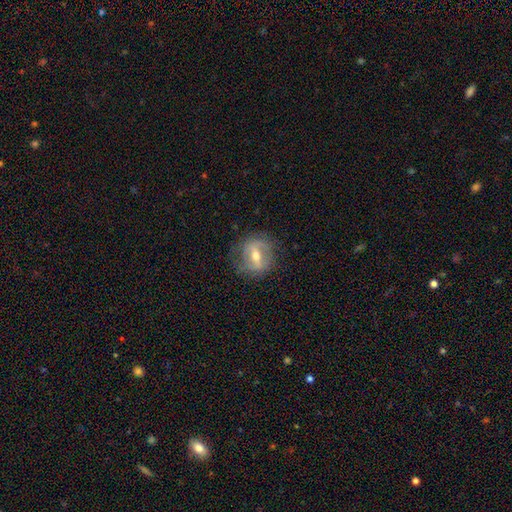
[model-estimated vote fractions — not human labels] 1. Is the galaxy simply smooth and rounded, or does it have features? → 70% featured or disk, 23% smooth, 7% star or artifact.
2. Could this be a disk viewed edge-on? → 90% no, 10% yes.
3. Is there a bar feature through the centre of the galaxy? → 53% strong, 34% weak, 12% no.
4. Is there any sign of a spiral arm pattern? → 58% yes, 42% no.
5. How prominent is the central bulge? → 70% moderate, 22% small, 5% large, 1% none, 1% dominant.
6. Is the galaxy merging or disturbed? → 77% none, 15% minor disturbance, 7% major disturbance, 1% merger.